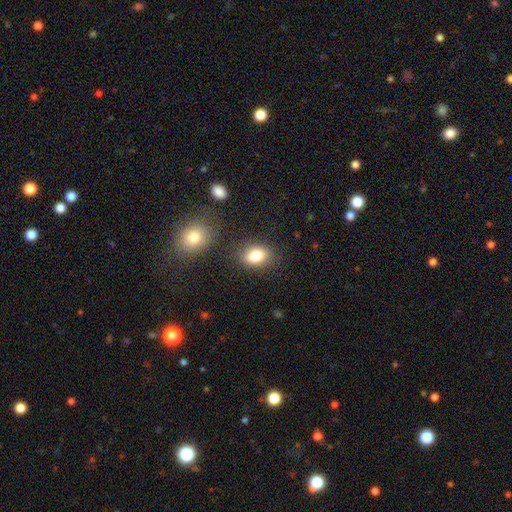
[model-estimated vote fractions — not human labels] Morphology: type=smooth (83%); roundness=in between (76%); merging=none (81%).